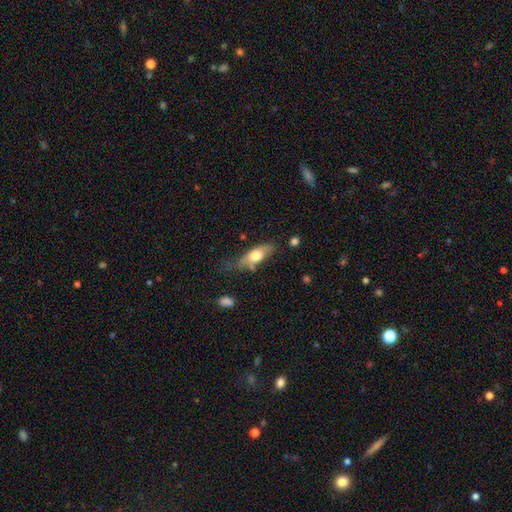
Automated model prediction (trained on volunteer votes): smooth-or-featured: smooth: 62% | featured or disk: 32% | star or artifact: 6%
  how-rounded: in between: 69% | cigar-shaped: 27% | round: 3%
  merging: none: 49% | minor disturbance: 33% | major disturbance: 13% | merger: 6%